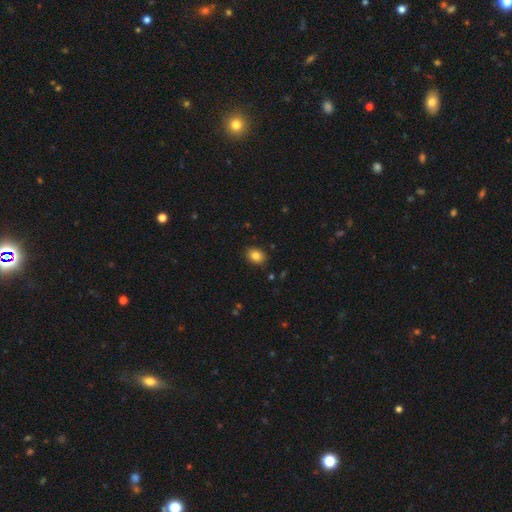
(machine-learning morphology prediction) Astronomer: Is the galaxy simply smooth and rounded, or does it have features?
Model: smooth — 84%.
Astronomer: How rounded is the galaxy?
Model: in between — 57% (runner-up: round, 42%).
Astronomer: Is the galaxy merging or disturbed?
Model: none — 89%.